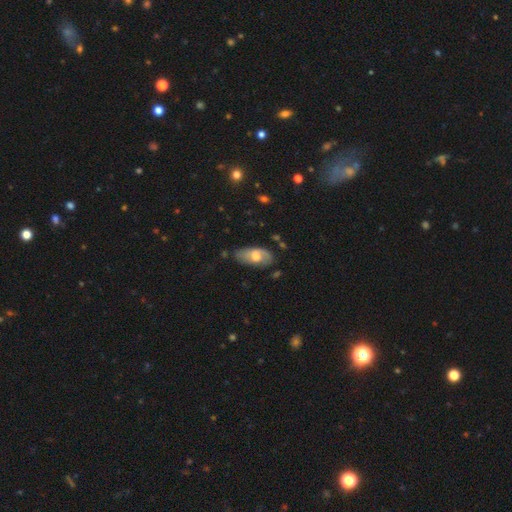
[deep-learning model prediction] This appears to be a smooth galaxy with no disk features (58%) that is in between round and cigar-shaped (92%). Merging: none (67%).